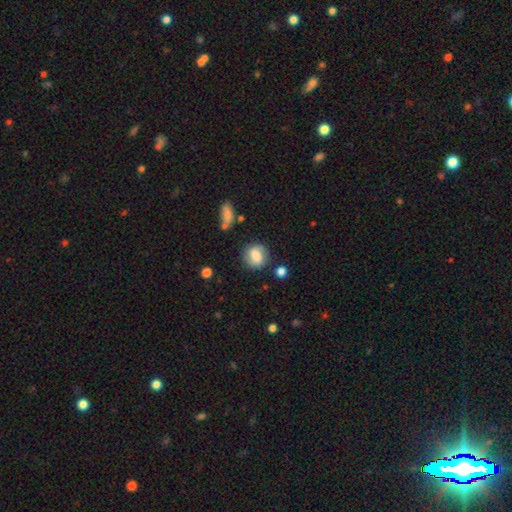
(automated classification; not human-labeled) Smooth or featured?
  - smooth: 50% *
  - featured or disk: 42%
  - star or artifact: 8%
How rounded?
  - round: 71% *
  - in between: 27%
  - cigar-shaped: 2%
Merging?
  - none: 76% *
  - minor disturbance: 15%
  - major disturbance: 5%
  - merger: 4%